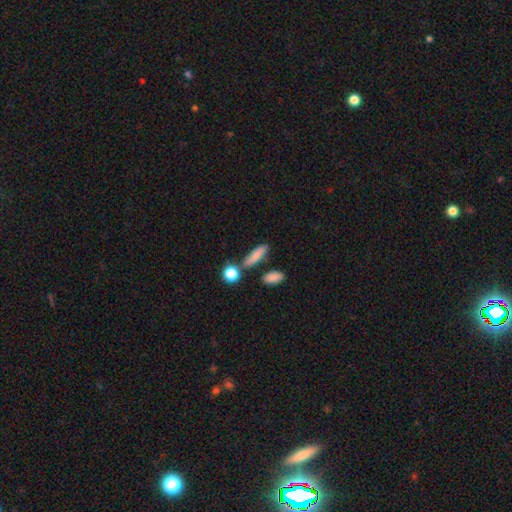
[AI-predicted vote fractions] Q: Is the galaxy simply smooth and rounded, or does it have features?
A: smooth — 82%.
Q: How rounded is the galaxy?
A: cigar-shaped — 47%.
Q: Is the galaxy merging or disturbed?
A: none — 73%.